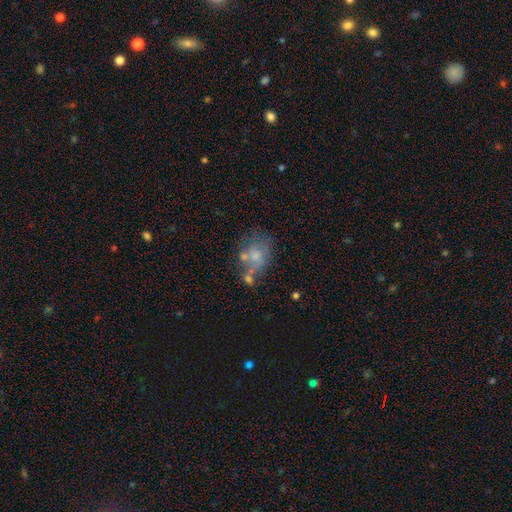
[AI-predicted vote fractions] smooth-or-featured: featured or disk: 43% | smooth: 41% | star or artifact: 16%
  merging: none: 39% | minor disturbance: 21% | merger: 21% | major disturbance: 19%